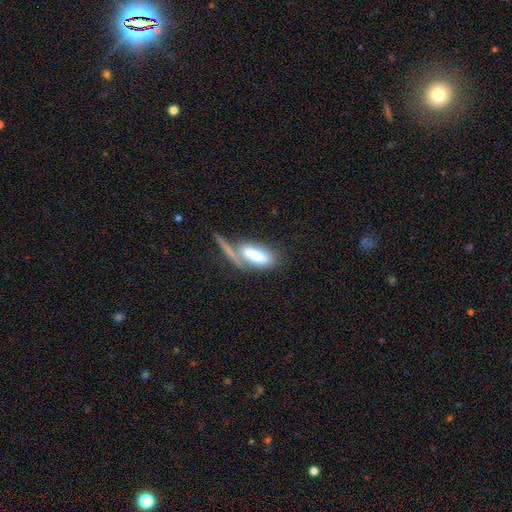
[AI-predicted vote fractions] Smooth or featured? smooth (64%)
How rounded? in between (79%)
Merging? merger (44%)